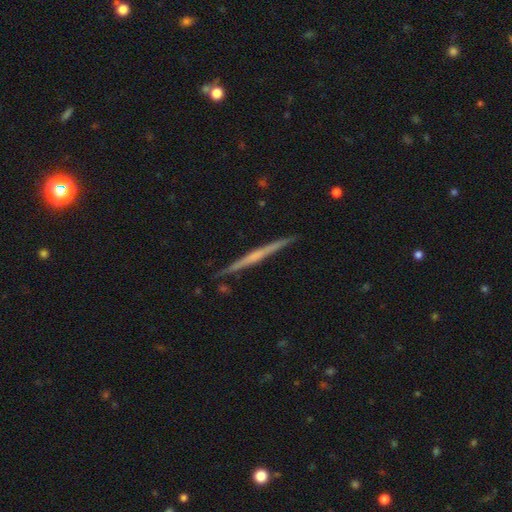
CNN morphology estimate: smooth_or_featured: featured or disk (p=0.69) [alt: smooth p=0.25]
disk_edge_on: yes (p=0.98) [alt: no p=0.02]
edge_on_bulge: none (p=0.58) [alt: rounded p=0.32]
merging: none (p=0.91) [alt: minor disturbance p=0.06]